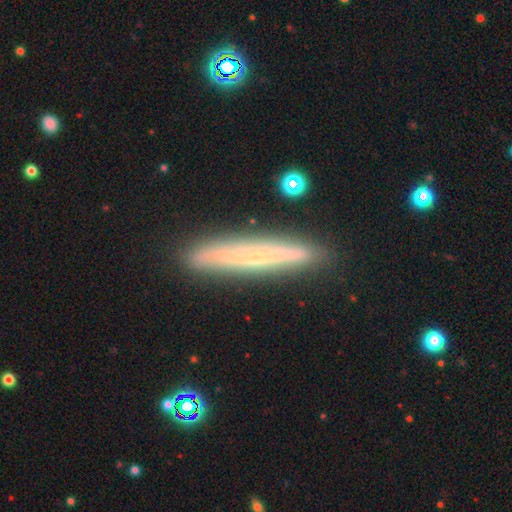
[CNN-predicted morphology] Overall: featured or disk (57%; smooth 35%). Edge-on disk: yes (88%). Edge-on bulge: none (70%). Merging: none (87%).